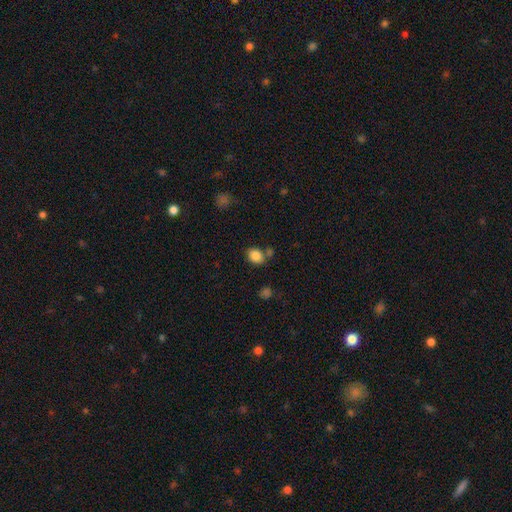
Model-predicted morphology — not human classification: Smooth or featured?
  - smooth: 85% *
  - star or artifact: 10%
  - featured or disk: 5%
How rounded?
  - in between: 52% *
  - round: 47%
  - cigar-shaped: 1%
Merging?
  - none: 68% *
  - merger: 14%
  - minor disturbance: 14%
  - major disturbance: 4%